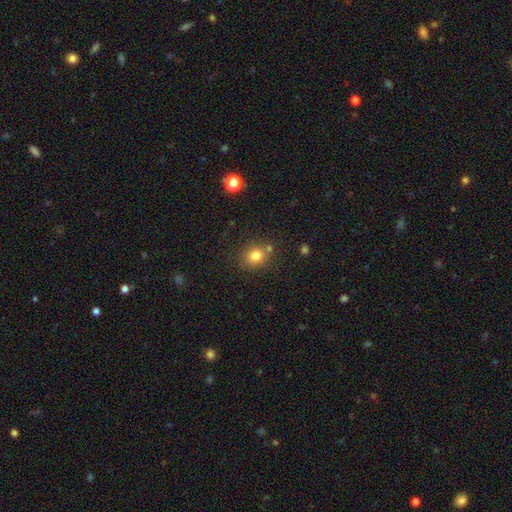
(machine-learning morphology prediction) smooth_or_featured: smooth (p=0.79) [alt: star or artifact p=0.13]
how_rounded: round (p=0.73) [alt: in between p=0.26]
merging: none (p=0.74) [alt: minor disturbance p=0.12]